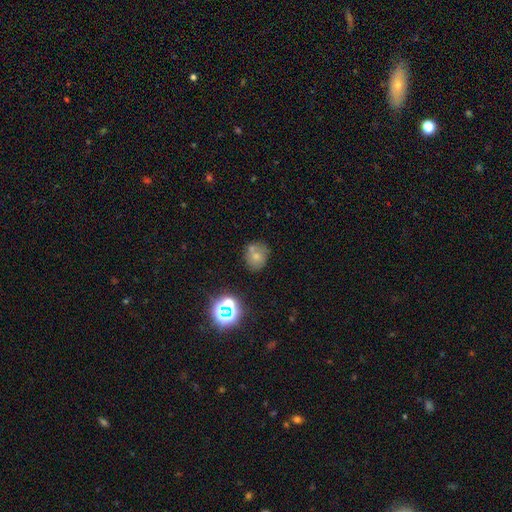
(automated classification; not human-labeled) This appears to be a smooth galaxy with no disk features (61%) that is round (77%). Merging: none (56%).